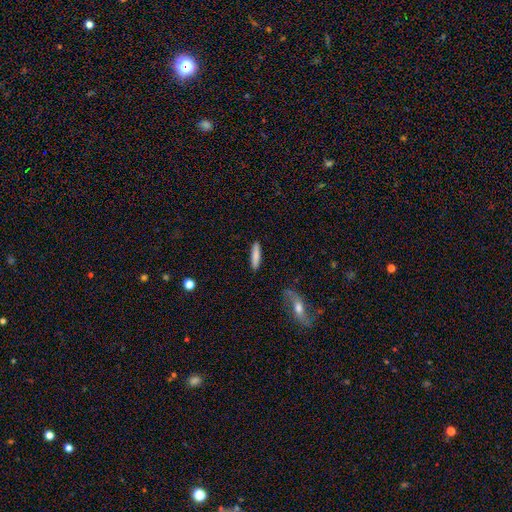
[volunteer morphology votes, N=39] Smooth or featured?
  - smooth: 87% *
  - featured or disk: 8%
  - star or artifact: 5%
How rounded?
  - cigar-shaped: 91% *
  - in between: 9%
  - round: 0%
Merging?
  - none: 95% *
  - minor disturbance: 3%
  - merger: 3%
  - major disturbance: 0%